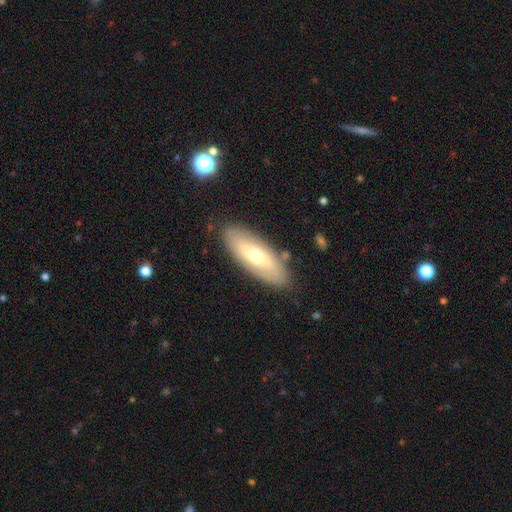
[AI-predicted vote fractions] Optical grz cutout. It shows a smooth galaxy with no disk features (52%) that is in between round and cigar-shaped (72%). Merging: none (84%).